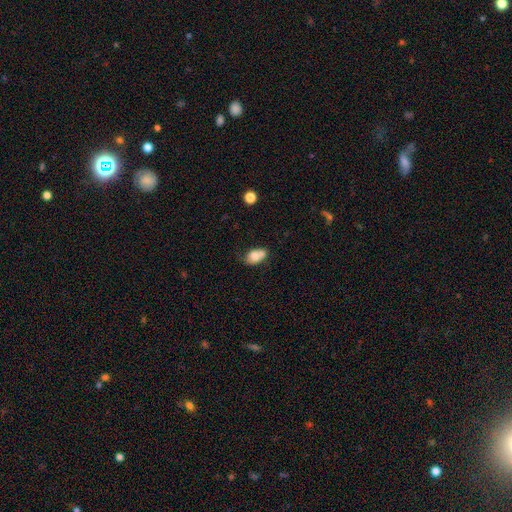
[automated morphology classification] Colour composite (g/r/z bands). It shows a smooth galaxy with no disk features (73%) that is in between round and cigar-shaped (85%). Merging: none (39%).